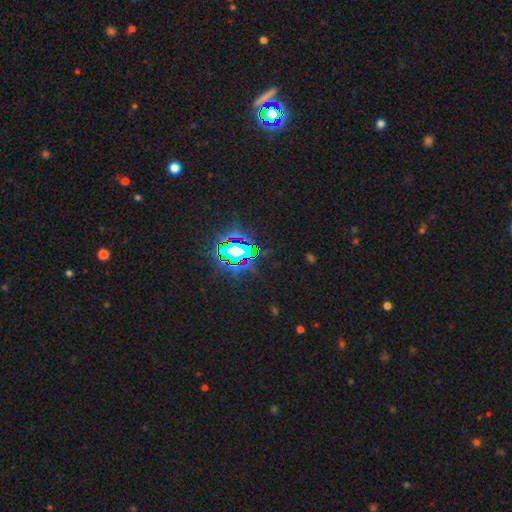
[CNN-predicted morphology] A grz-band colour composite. It shows a star or artifact, not a galaxy (79%).